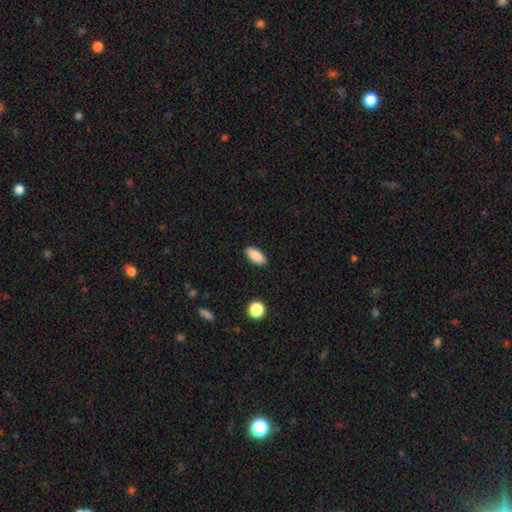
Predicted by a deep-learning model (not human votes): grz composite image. It shows a smooth galaxy with no disk features (87%) that is in between round and cigar-shaped (84%). Merging: none (89%).